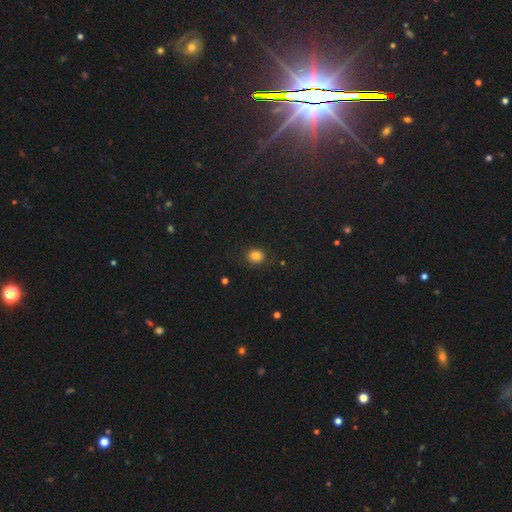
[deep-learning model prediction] smooth_or_featured: smooth (p=0.80) [alt: star or artifact p=0.13]
how_rounded: round (p=0.71) [alt: in between p=0.28]
merging: none (p=0.83) [alt: minor disturbance p=0.12]